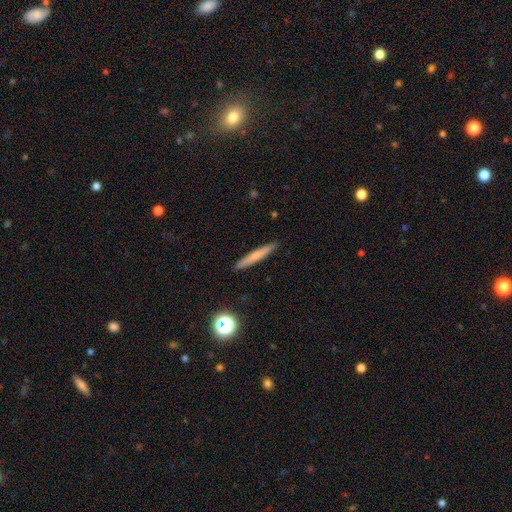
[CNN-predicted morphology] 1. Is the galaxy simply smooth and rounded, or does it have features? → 63% smooth, 29% featured or disk, 8% star or artifact.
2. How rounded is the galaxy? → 95% cigar-shaped, 4% in between, 2% round.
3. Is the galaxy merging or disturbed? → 91% none, 7% minor disturbance, 1% major disturbance, 1% merger.